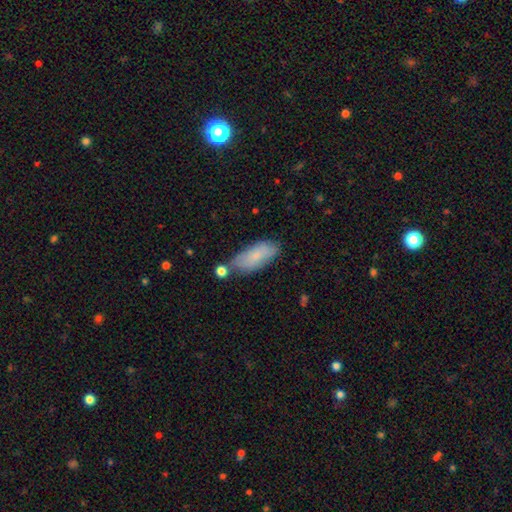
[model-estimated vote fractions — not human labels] Morphology: type=smooth (79%); roundness=in between (80%); merging=none (66%).